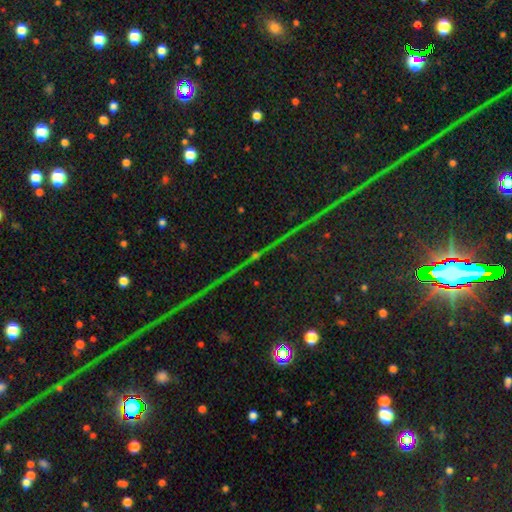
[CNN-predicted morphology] A star or artifact, not a galaxy (84%).